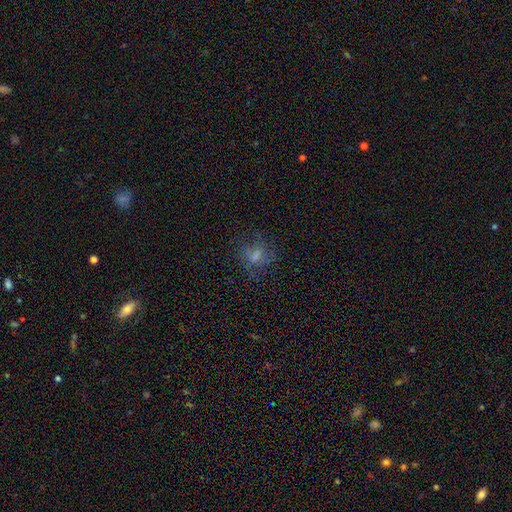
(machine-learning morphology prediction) A smooth galaxy with no disk features (54%) that is round (54%). Merging: none (64%).